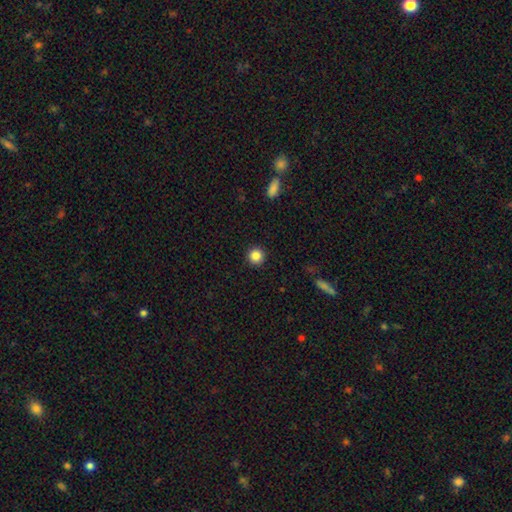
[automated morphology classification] Smooth or featured?
  - smooth: 86% *
  - star or artifact: 10%
  - featured or disk: 4%
How rounded?
  - round: 95% *
  - in between: 4%
  - cigar-shaped: 1%
Merging?
  - none: 92% *
  - minor disturbance: 5%
  - major disturbance: 2%
  - merger: 1%